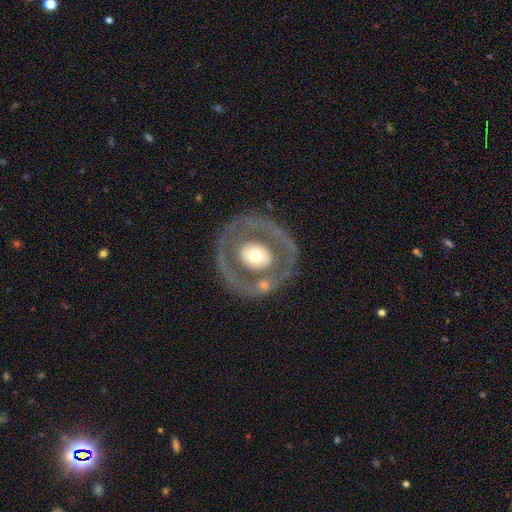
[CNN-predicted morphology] The model was most divided on "smooth or featured": featured or disk: 59%, smooth: 35%, star or artifact: 6%. More confident: edge-on disk — no (94%); spiral arms — no (84%); bar — no (83%); merging — none (74%); bulge size — moderate (65%).